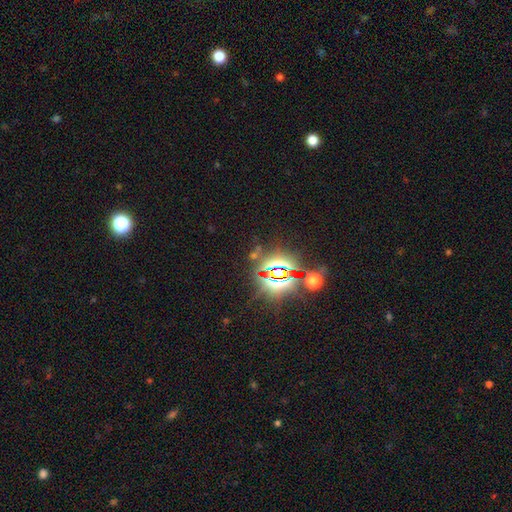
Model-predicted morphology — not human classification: Q: Smooth or featured?
A: star or artifact (82%); runner-up: smooth (10%)